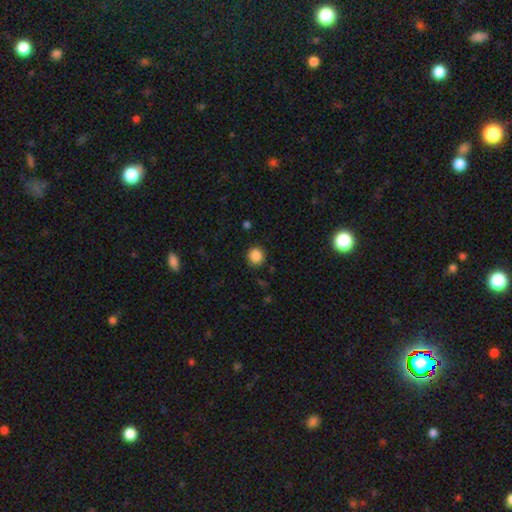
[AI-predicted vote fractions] Smooth or featured?
  - smooth: 86% *
  - star or artifact: 10%
  - featured or disk: 3%
How rounded?
  - round: 90% *
  - in between: 9%
  - cigar-shaped: 1%
Merging?
  - none: 90% *
  - minor disturbance: 7%
  - major disturbance: 2%
  - merger: 1%